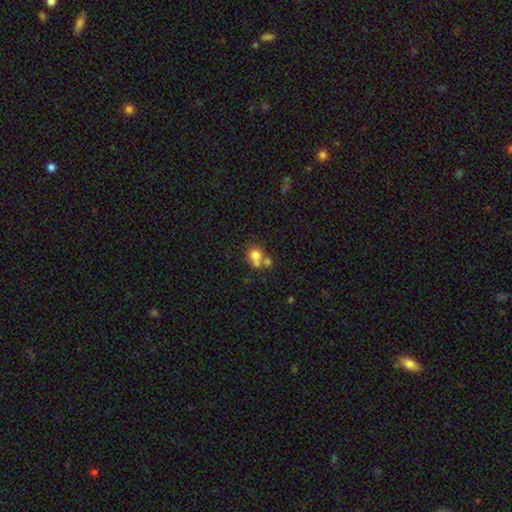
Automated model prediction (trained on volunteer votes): Smooth or featured?
  - smooth: 72% *
  - featured or disk: 16%
  - star or artifact: 12%
How rounded?
  - round: 73% *
  - in between: 26%
  - cigar-shaped: 1%
Merging?
  - merger: 49% *
  - none: 36%
  - minor disturbance: 9%
  - major disturbance: 5%